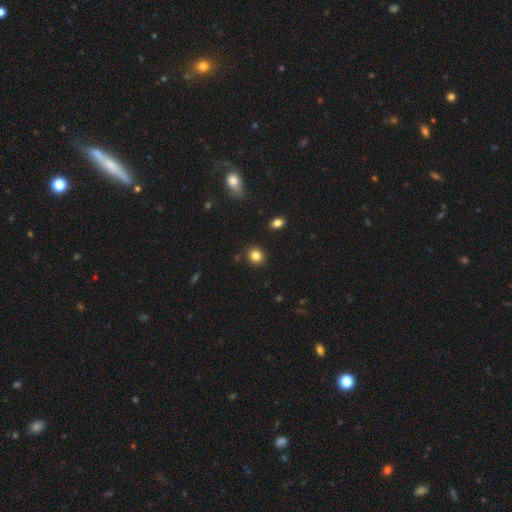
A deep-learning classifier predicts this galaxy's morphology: smooth 84%, star or artifact 11%, featured or disk 5%. Down the decision tree: how rounded — round (79%); merging — none (89%).